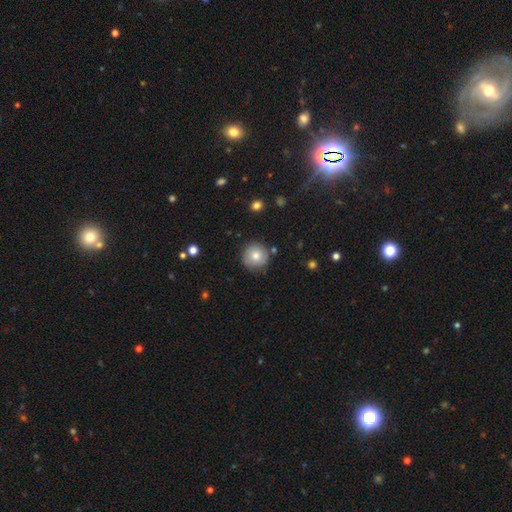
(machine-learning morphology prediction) This is likely a smooth galaxy (76%). How rounded: clearly round (95%). Merging: clearly none (85%).